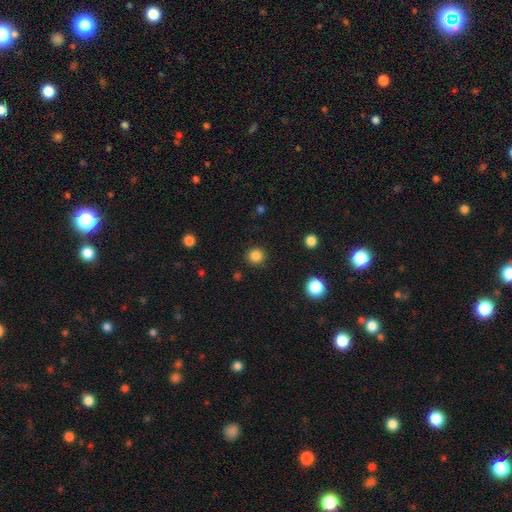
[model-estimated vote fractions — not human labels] smooth_or_featured: smooth (p=0.85) [alt: star or artifact p=0.12]
how_rounded: round (p=0.93) [alt: in between p=0.06]
merging: none (p=0.90) [alt: minor disturbance p=0.06]